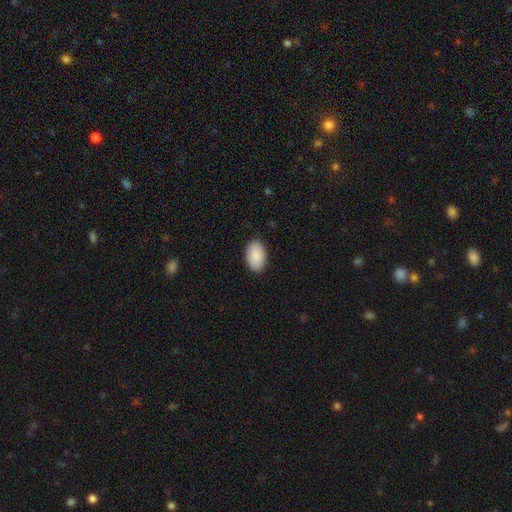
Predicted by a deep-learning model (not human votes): Smooth or featured? Predicted: smooth (p=0.90). How rounded? Predicted: in between (p=0.94). Merging? Predicted: none (p=0.88).